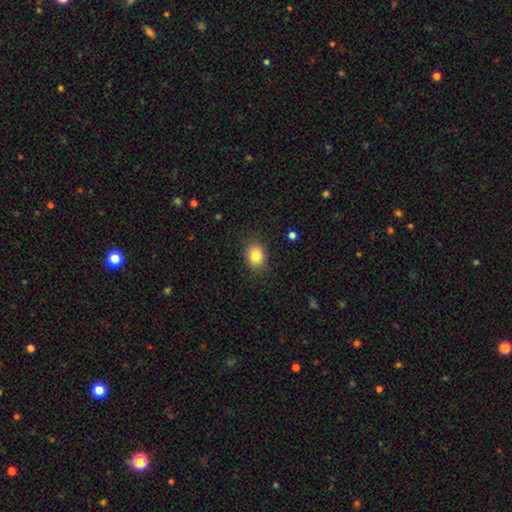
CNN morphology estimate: smooth-or-featured: smooth: 83% | star or artifact: 10% | featured or disk: 7%
  how-rounded: in between: 51% | round: 48% | cigar-shaped: 1%
  merging: none: 87% | minor disturbance: 9% | major disturbance: 3% | merger: 1%